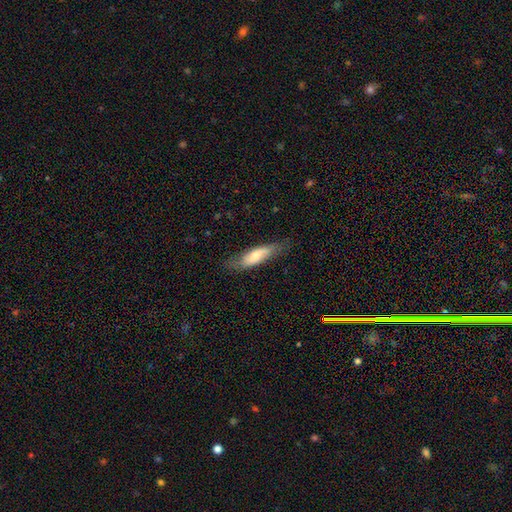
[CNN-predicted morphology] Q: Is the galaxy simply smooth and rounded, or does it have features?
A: smooth — 63%.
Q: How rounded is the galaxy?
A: cigar-shaped — 55%.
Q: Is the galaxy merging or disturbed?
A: none — 70%.